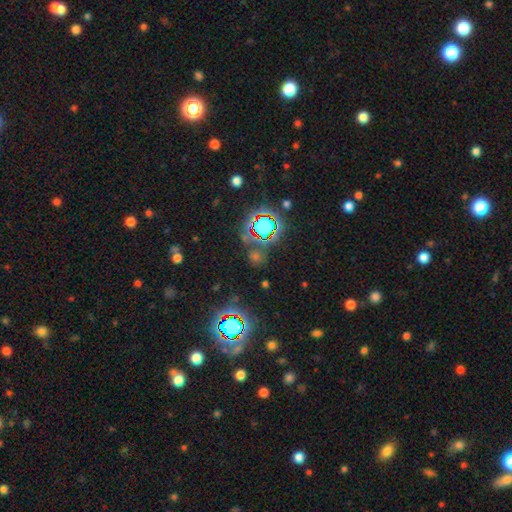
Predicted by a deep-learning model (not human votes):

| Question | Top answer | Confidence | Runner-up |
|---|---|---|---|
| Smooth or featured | star or artifact | 62% | smooth (29%) |